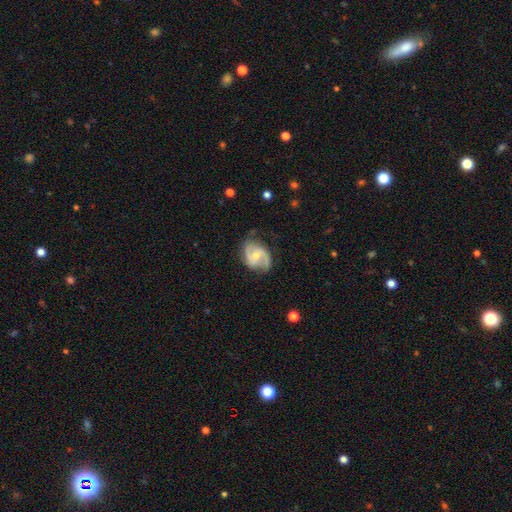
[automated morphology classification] smooth-or-featured: featured or disk: 83% | smooth: 11% | star or artifact: 5%
  disk-edge-on: no: 98% | yes: 2%
    bar: weak: 45% | no: 43% | strong: 12%
    has-spiral-arms: yes: 96% | no: 4%
      spiral-winding: medium: 52% | loose: 28% | tight: 20%
      spiral-arm-count: 2: 88% | can't tell: 4% | 1: 3% | 3: 2% | 4: 1% | more than 4: 1%
    bulge-size: small: 47% (tied) | moderate: 47% (tied) | none: 3% | large: 2% | dominant: 1%
  merging: none: 72% | minor disturbance: 20% | major disturbance: 7% | merger: 1%